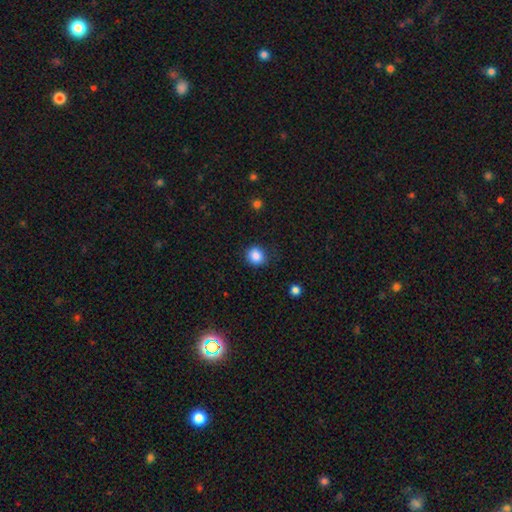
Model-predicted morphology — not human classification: Q: Smooth or featured?
A: smooth (86%); runner-up: star or artifact (10%)
Q: How rounded?
A: round (83%); runner-up: in between (16%)
Q: Merging?
A: none (84%); runner-up: minor disturbance (12%)